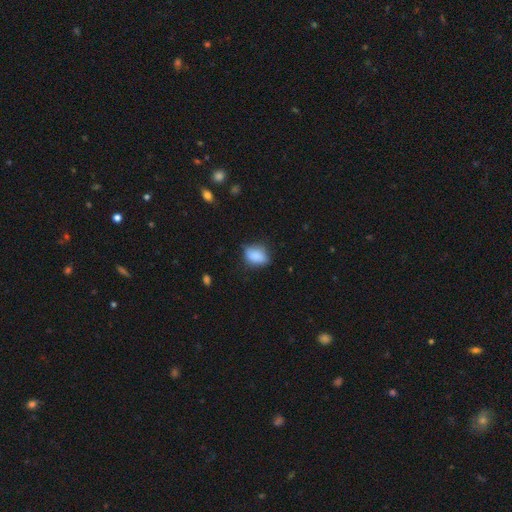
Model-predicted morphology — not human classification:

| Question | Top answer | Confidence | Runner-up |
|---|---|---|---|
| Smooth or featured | smooth | 86% | star or artifact (8%) |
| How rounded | in between | 76% | round (22%) |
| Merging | none | 67% | minor disturbance (25%) |